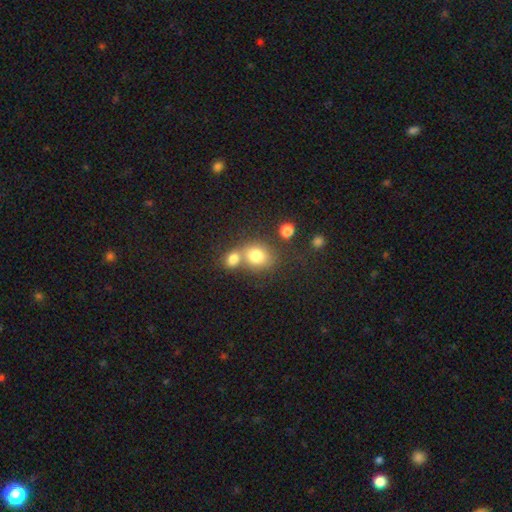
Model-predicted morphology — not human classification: A smooth galaxy with no disk features (78%) that is round (62%).

Vote fractions:
- Smooth or featured? smooth: 78% / star or artifact: 11% / featured or disk: 10%
- How rounded? round: 62% / in between: 37% / cigar-shaped: 1%
- Merging? merger: 48% / none: 39% / minor disturbance: 9% / major disturbance: 4%